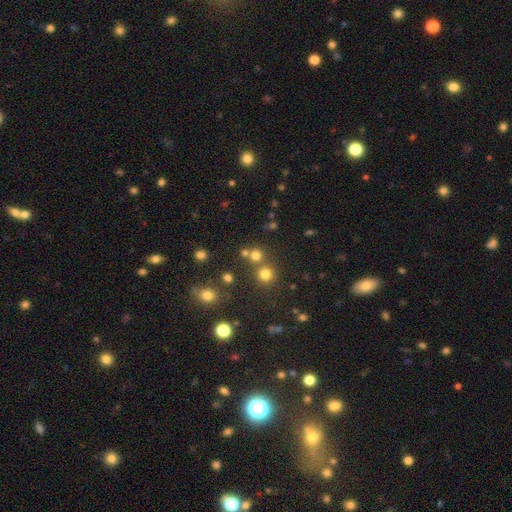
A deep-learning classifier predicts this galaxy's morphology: type=smooth (72%); roundness=round (91%); merging=none (67%).